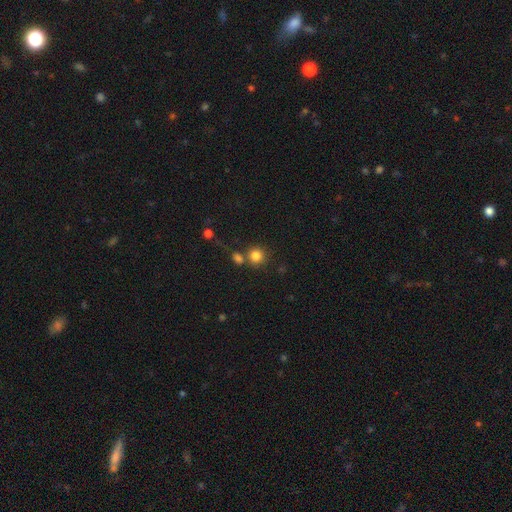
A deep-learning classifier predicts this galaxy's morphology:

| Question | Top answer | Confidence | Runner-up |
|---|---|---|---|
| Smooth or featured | smooth | 82% | star or artifact (11%) |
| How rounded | round | 90% | in between (9%) |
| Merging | none | 64% | merger (24%) |